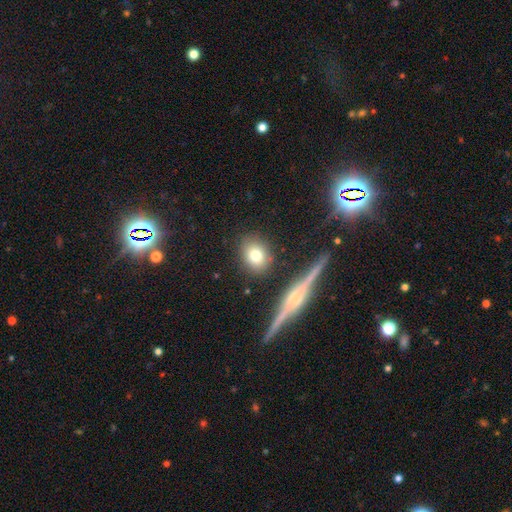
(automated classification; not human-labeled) smooth-or-featured: smooth: 76% | featured or disk: 13% | star or artifact: 11%
  how-rounded: round: 60% | in between: 38% | cigar-shaped: 3%
  merging: none: 83% | minor disturbance: 10% | merger: 4% | major disturbance: 3%